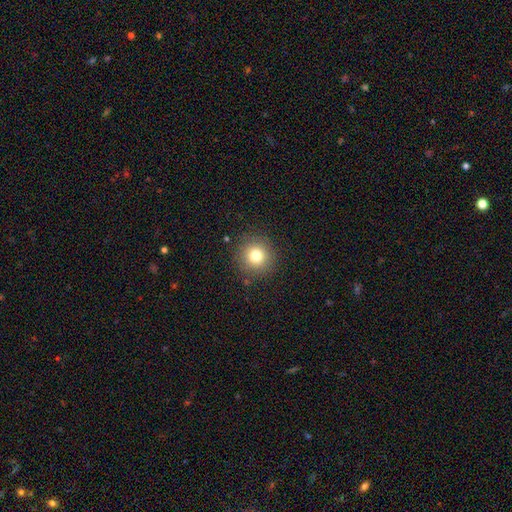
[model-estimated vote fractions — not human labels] A smooth galaxy with no disk features (77%) that is round (95%).

Vote fractions:
- Smooth or featured? smooth: 77% / star or artifact: 13% / featured or disk: 10%
- How rounded? round: 95% / in between: 4% / cigar-shaped: 1%
- Merging? none: 88% / minor disturbance: 7% / major disturbance: 3% / merger: 1%